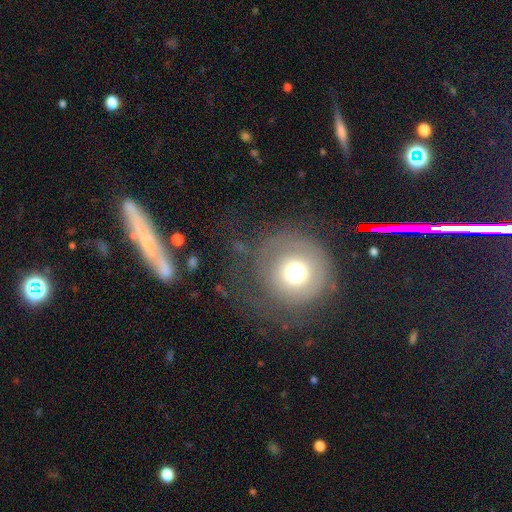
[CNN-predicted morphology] Smooth or featured?
  - smooth: 40% *
  - featured or disk: 39%
  - star or artifact: 21%
Merging?
  - none: 70% *
  - minor disturbance: 15%
  - major disturbance: 10%
  - merger: 4%